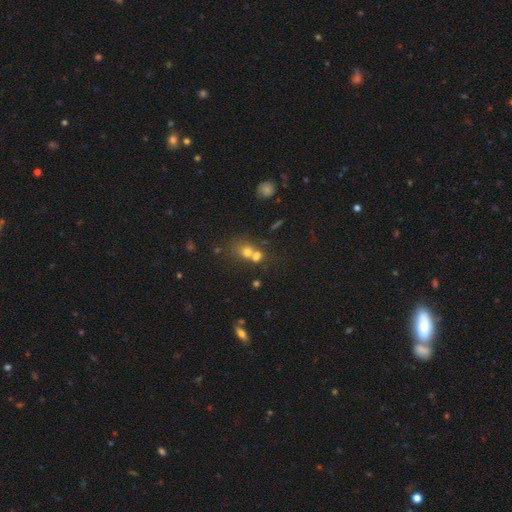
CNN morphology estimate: Smooth or featured? smooth (66%)
How rounded? round (62%)
Merging? merger (58%)